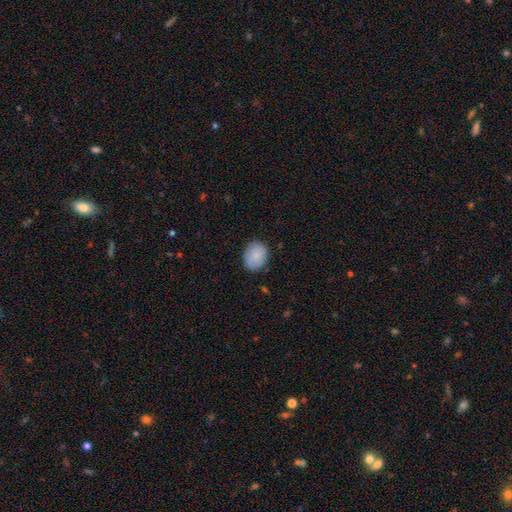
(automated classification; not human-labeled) This appears to be a smooth galaxy with no disk features (84%) that is in between round and cigar-shaped (52%). Merging: none (84%).